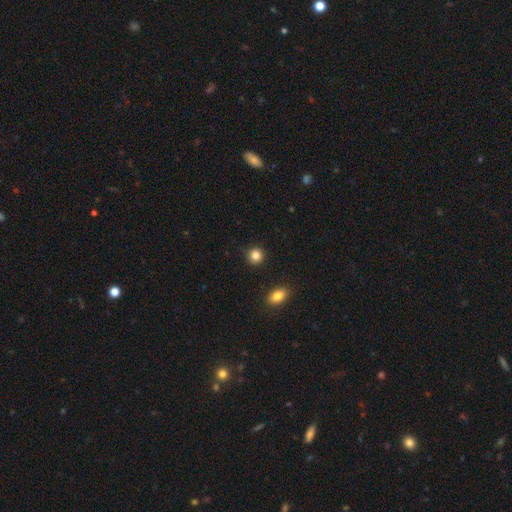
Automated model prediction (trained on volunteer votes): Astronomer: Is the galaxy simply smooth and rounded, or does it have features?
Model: smooth — 85%.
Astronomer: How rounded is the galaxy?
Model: round — 90%.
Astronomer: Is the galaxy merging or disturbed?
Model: none — 90%.